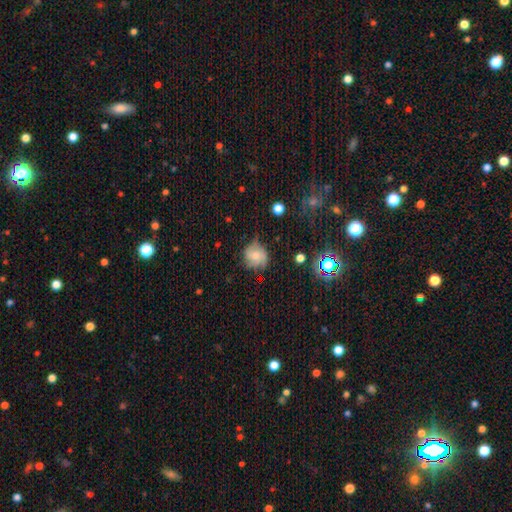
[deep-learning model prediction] A smooth galaxy with no disk features (56%) that is round (78%).

Vote fractions:
- Smooth or featured? smooth: 56% / featured or disk: 32% / star or artifact: 12%
- How rounded? round: 78% / in between: 21% / cigar-shaped: 1%
- Merging? none: 53% / minor disturbance: 34% / major disturbance: 11% / merger: 2%